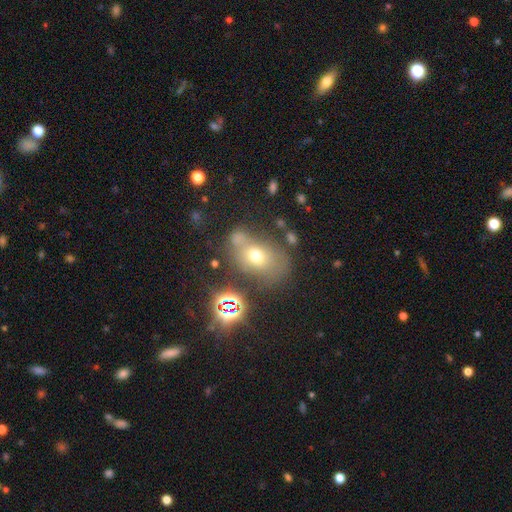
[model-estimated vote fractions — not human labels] Smooth or featured? Predicted: smooth (p=0.60). How rounded? Predicted: in between (p=0.71). Merging? Predicted: none (p=0.45).